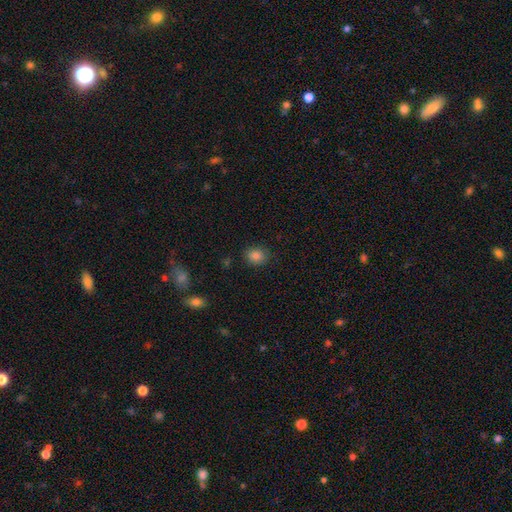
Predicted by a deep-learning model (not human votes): Q: Smooth or featured?
A: smooth (85%); runner-up: star or artifact (11%)
Q: How rounded?
A: round (60%); runner-up: in between (39%)
Q: Merging?
A: none (86%); runner-up: minor disturbance (10%)